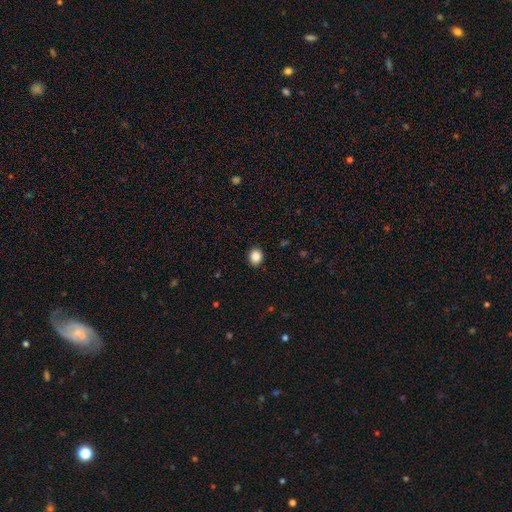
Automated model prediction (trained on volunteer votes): This appears to be a smooth galaxy with no disk features (87%) that is round (68%). Merging: none (90%).